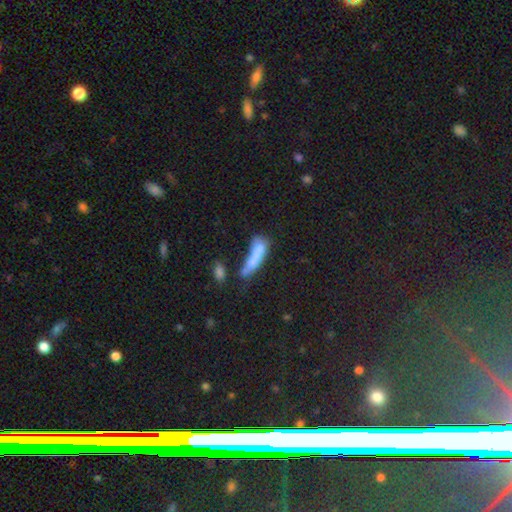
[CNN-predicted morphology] smooth_or_featured: smooth (p=0.70) [alt: featured or disk p=0.19]
how_rounded: cigar-shaped (p=0.72) [alt: in between p=0.25]
merging: none (p=0.31) [alt: merger p=0.28]